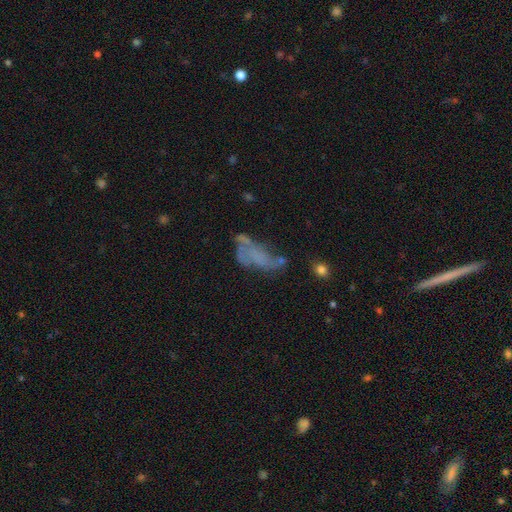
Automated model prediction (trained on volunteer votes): The model was most divided on "merging": major disturbance: 36%, none: 30%, minor disturbance: 20%, merger: 14%. Remaining: smooth or featured — featured or disk (49%).